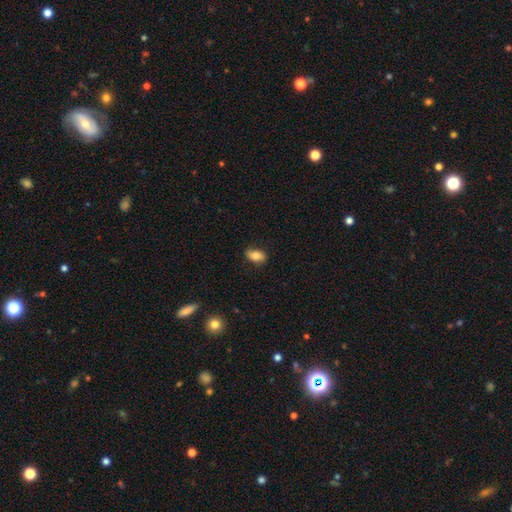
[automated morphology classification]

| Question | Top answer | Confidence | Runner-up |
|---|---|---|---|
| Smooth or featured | smooth | 80% | featured or disk (12%) |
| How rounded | in between | 87% | round (10%) |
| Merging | none | 78% | minor disturbance (18%) |